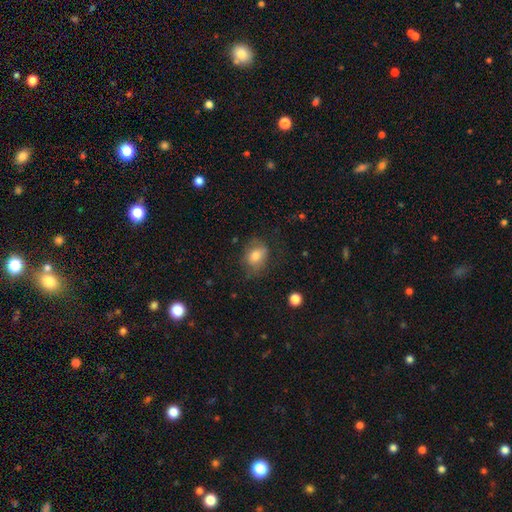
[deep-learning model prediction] The model was most divided on "how rounded": in between: 60%, round: 39%, cigar-shaped: 1%. More confident: smooth or featured — smooth (73%); merging — none (62%).